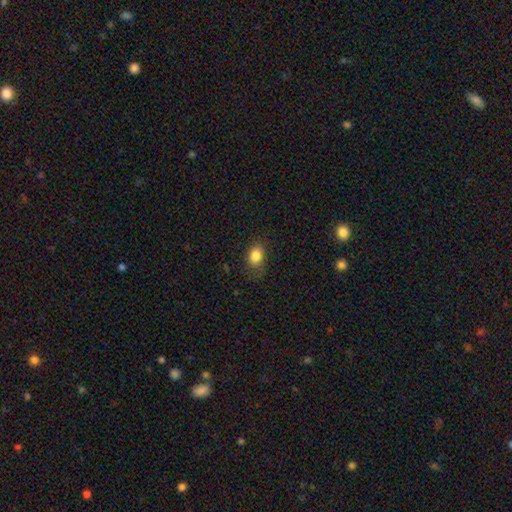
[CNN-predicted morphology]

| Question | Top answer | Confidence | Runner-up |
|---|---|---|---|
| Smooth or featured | smooth | 84% | star or artifact (10%) |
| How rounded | in between | 65% | round (34%) |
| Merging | none | 74% | minor disturbance (19%) |